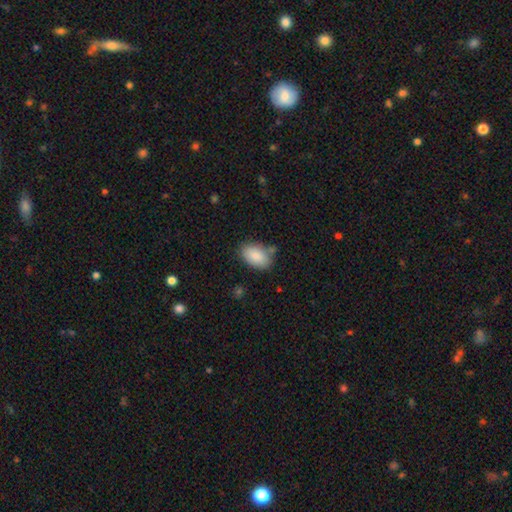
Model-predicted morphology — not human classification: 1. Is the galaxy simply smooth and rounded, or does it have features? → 87% smooth, 6% star or artifact, 6% featured or disk.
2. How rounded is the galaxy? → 93% in between, 6% round, 1% cigar-shaped.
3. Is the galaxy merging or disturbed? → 72% none, 18% minor disturbance, 6% merger, 4% major disturbance.